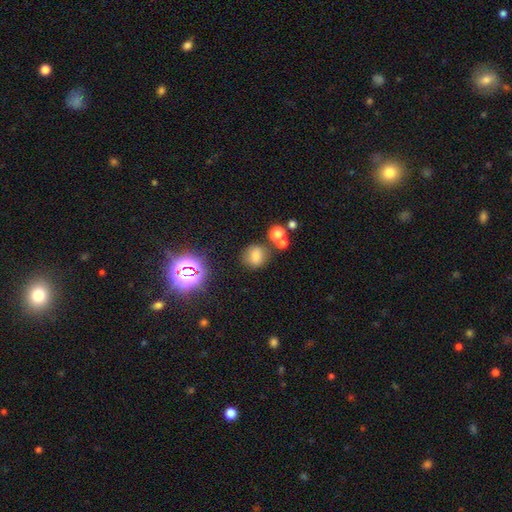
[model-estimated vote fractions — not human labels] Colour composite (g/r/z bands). It shows a smooth galaxy with no disk features (66%) that is round (74%). Merging: none (74%).